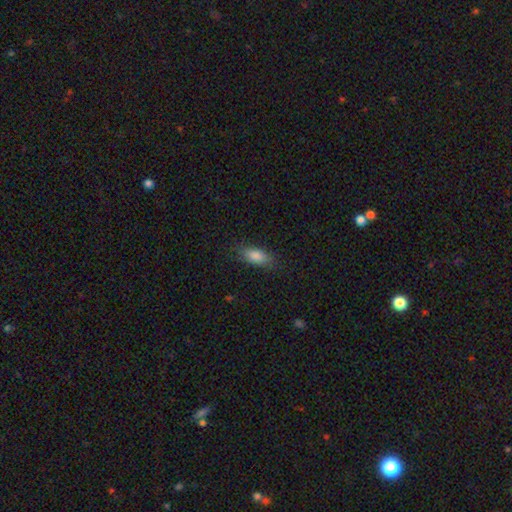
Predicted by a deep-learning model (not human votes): Smooth or featured: smooth — 85% (star or artifact — 8%)
How rounded: in between — 81% (cigar-shaped — 15%)
Merging: none — 82% (minor disturbance — 13%)